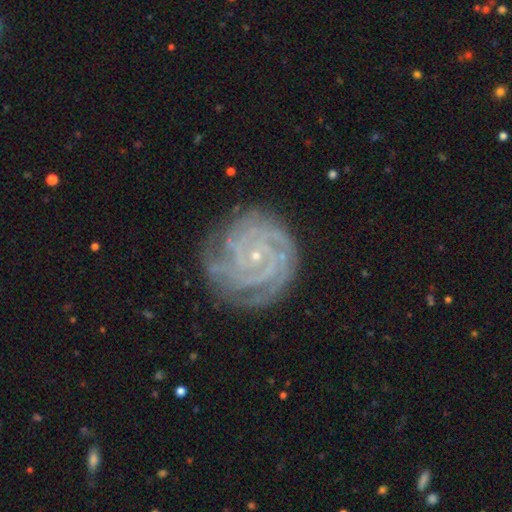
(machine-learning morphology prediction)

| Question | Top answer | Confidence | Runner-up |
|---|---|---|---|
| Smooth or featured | featured or disk | 90% | star or artifact (6%) |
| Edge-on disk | no | 98% | yes (2%) |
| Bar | no | 70% | weak (20%) |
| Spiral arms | yes | 99% | no (1%) |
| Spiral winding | tight | 85% | medium (13%) |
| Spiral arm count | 4 | 27% | 3 (22%) |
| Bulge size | small | 88% | moderate (8%) |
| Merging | none | 80% | minor disturbance (15%) |